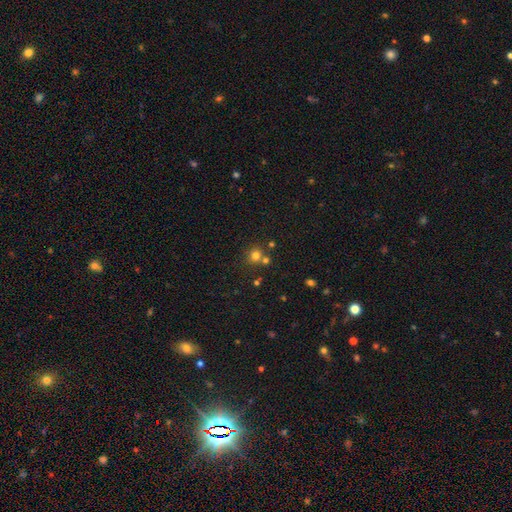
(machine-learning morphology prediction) Smooth or featured?
  - smooth: 72% *
  - star or artifact: 20%
  - featured or disk: 8%
How rounded?
  - round: 88% *
  - in between: 11%
  - cigar-shaped: 1%
Merging?
  - none: 66% *
  - merger: 23%
  - minor disturbance: 8%
  - major disturbance: 3%